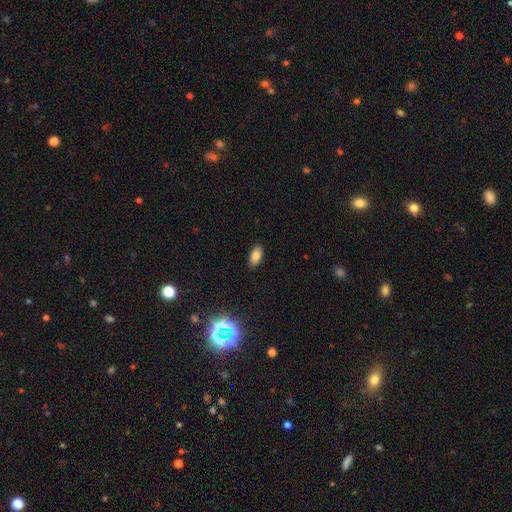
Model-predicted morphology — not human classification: smooth-or-featured: smooth: 80% | star or artifact: 12% | featured or disk: 8%
  how-rounded: in between: 91% | round: 5% | cigar-shaped: 4%
  merging: none: 87% | minor disturbance: 10% | major disturbance: 2% | merger: 1%